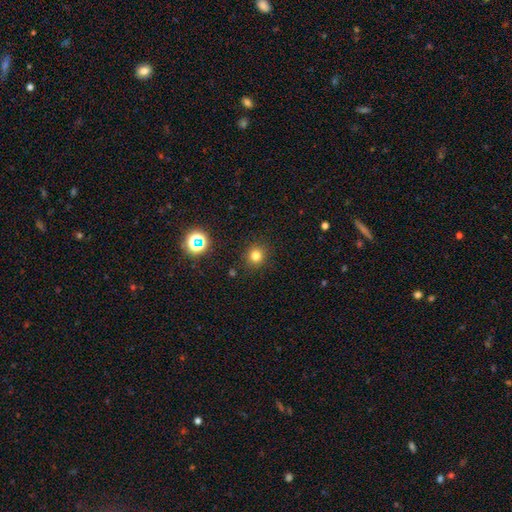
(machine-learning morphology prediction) type=smooth (77%); roundness=round (89%); merging=none (89%).